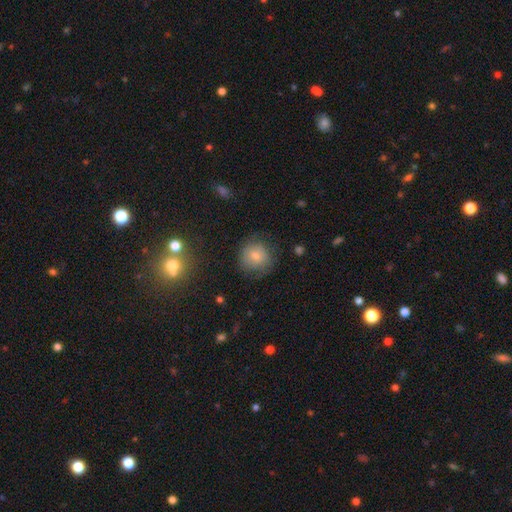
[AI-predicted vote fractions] Morphology: type=smooth (73%); roundness=round (86%); merging=none (70%).